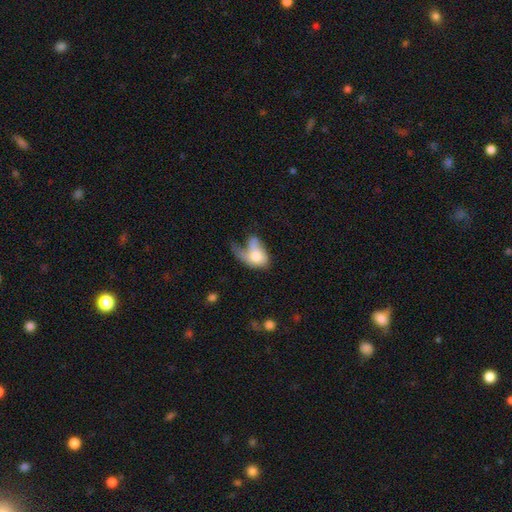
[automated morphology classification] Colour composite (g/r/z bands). It shows a smooth galaxy with no disk features (62%) that is in between round and cigar-shaped (82%). Merging: major disturbance (49%).